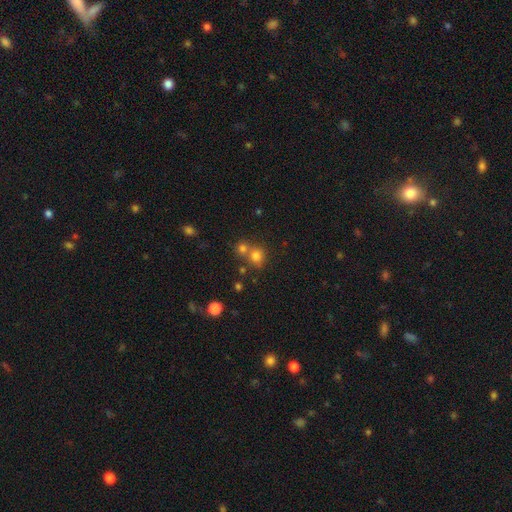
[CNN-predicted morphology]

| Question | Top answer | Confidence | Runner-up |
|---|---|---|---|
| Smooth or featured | smooth | 75% | star or artifact (16%) |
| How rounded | round | 82% | in between (17%) |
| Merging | none | 52% | merger (38%) |